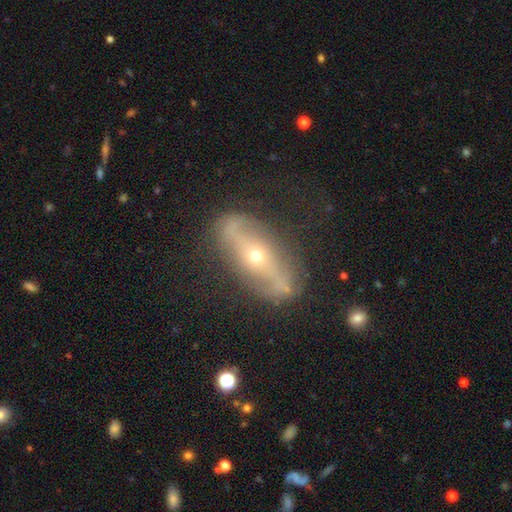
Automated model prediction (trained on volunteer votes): Smooth or featured: featured or disk — 79% (smooth — 14%)
Edge-on disk: no — 76% (yes — 24%)
Bar: strong — 42% (no — 39%)
Spiral arms: yes — 65% (no — 35%)
Bulge size: small — 58% (moderate — 38%)
Merging: none — 77% (minor disturbance — 14%)